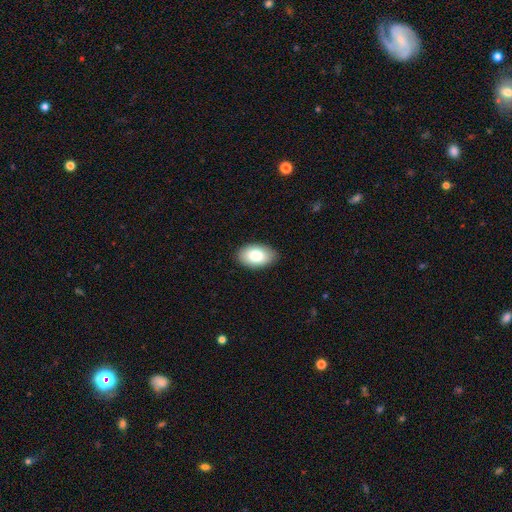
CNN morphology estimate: Smooth or featured? Predicted: smooth (p=0.80). How rounded? Predicted: in between (p=0.92). Merging? Predicted: none (p=0.87).